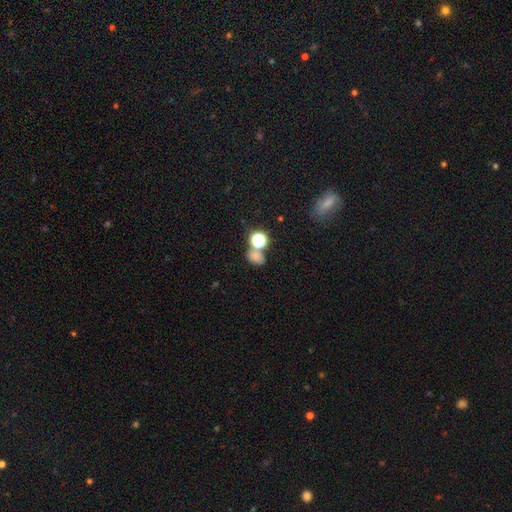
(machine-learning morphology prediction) smooth-or-featured: smooth: 68% | star or artifact: 25% | featured or disk: 8%
  how-rounded: in between: 52% | round: 47% | cigar-shaped: 2%
  merging: none: 53% | merger: 30% | minor disturbance: 11% | major disturbance: 6%